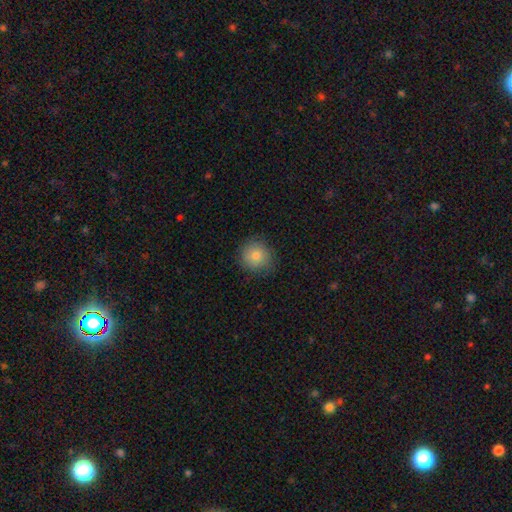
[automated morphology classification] This is clearly a smooth galaxy (80%). How rounded: clearly round (91%). Merging: clearly none (83%).